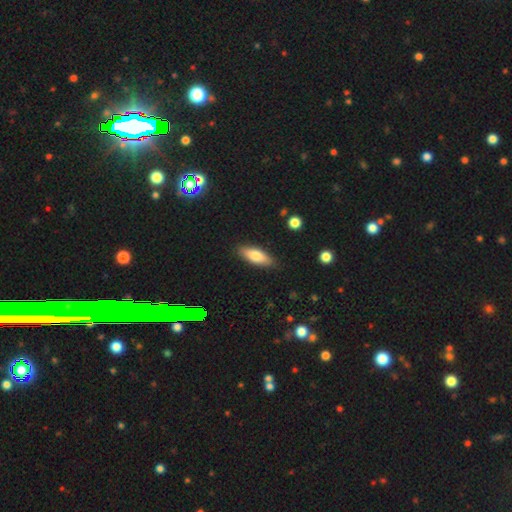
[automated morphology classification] Smooth or featured? smooth (74%)
How rounded? in between (66%)
Merging? none (86%)